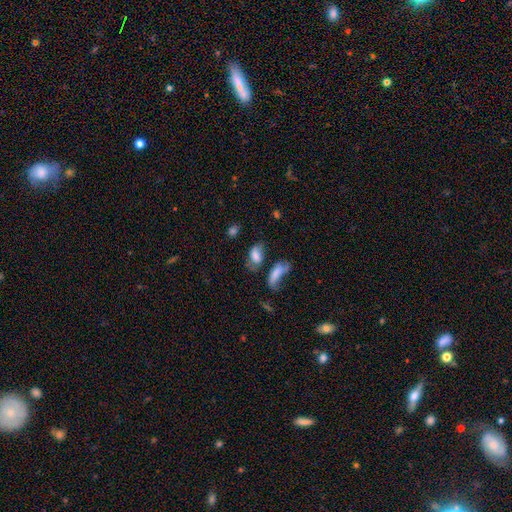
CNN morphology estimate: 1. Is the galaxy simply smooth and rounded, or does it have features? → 67% smooth, 22% featured or disk, 11% star or artifact.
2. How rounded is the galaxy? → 87% in between, 7% round, 6% cigar-shaped.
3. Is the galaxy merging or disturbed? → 41% none, 21% merger, 21% minor disturbance, 16% major disturbance.